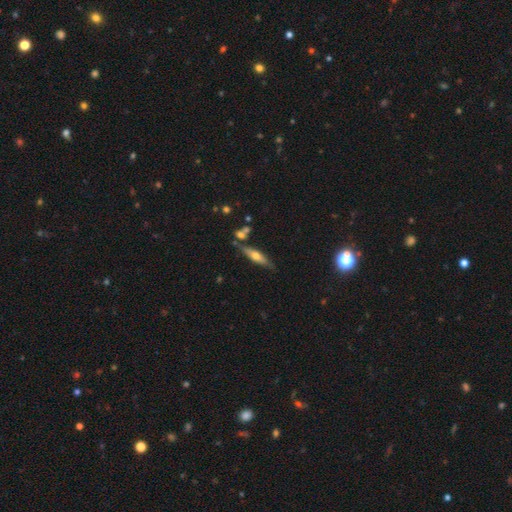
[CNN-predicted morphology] Smooth or featured?
  - featured or disk: 49% *
  - smooth: 44%
  - star or artifact: 7%
Merging?
  - none: 71% *
  - minor disturbance: 15%
  - merger: 10%
  - major disturbance: 4%